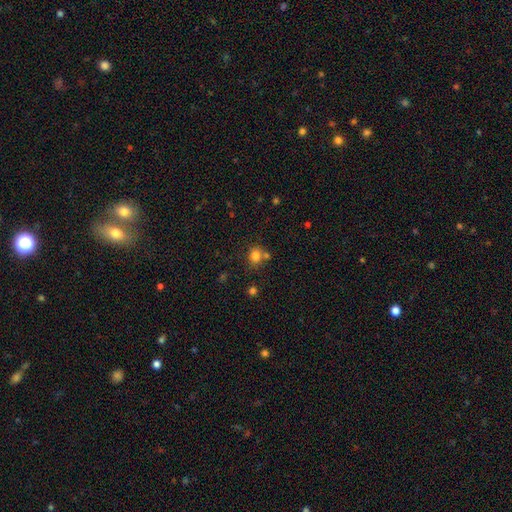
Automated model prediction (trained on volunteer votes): The model was most divided on "merging": none: 62%, merger: 22%, minor disturbance: 12%, major disturbance: 4%. More confident: smooth or featured — smooth (81%); how rounded — round (71%).